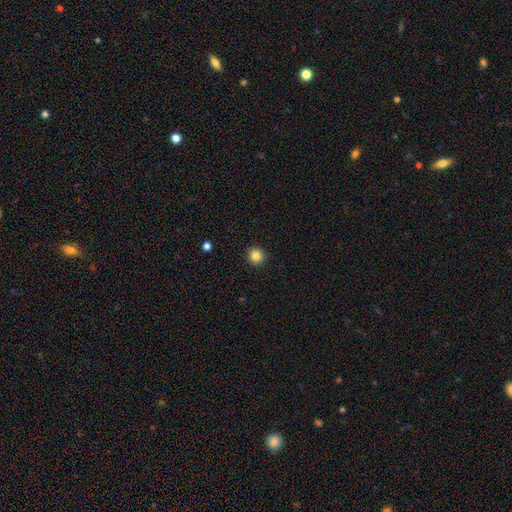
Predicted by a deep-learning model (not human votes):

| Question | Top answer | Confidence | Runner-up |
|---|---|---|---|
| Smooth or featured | smooth | 84% | star or artifact (11%) |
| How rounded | round | 95% | in between (4%) |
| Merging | none | 93% | minor disturbance (5%) |